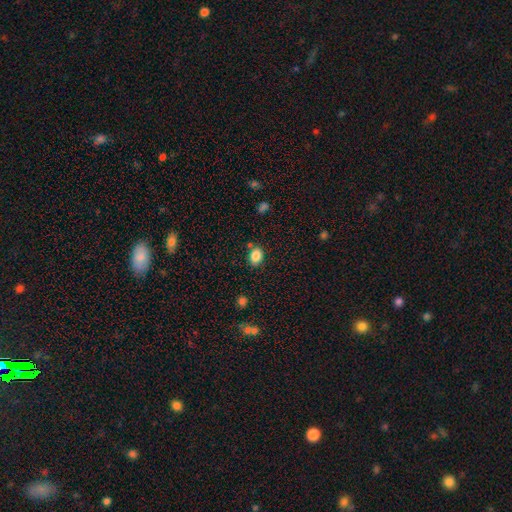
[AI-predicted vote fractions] This appears to be a smooth galaxy with no disk features (86%) that is in between round and cigar-shaped (71%). Merging: none (78%).